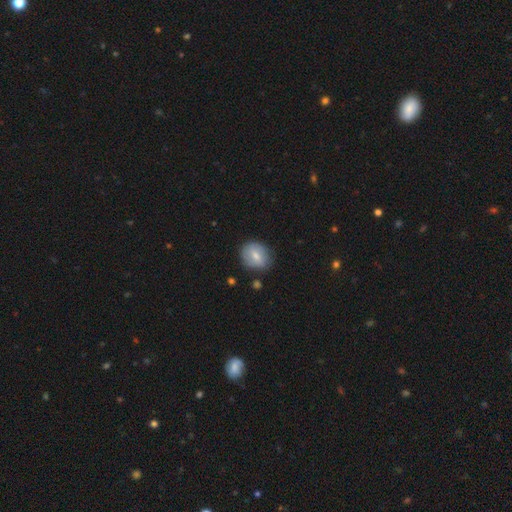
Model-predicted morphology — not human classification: This appears to be a smooth galaxy with no disk features (67%) that is round (62%). Merging: none (77%).